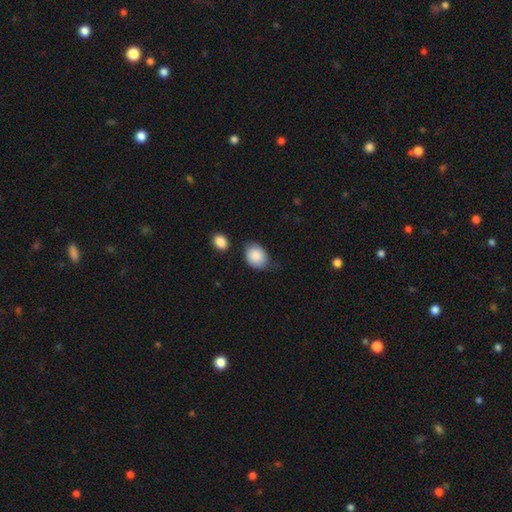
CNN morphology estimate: smooth-or-featured: smooth: 85% | featured or disk: 8% | star or artifact: 6%
  how-rounded: in between: 64% | round: 35% | cigar-shaped: 1%
  merging: none: 55% | minor disturbance: 30% | major disturbance: 8% | merger: 7%